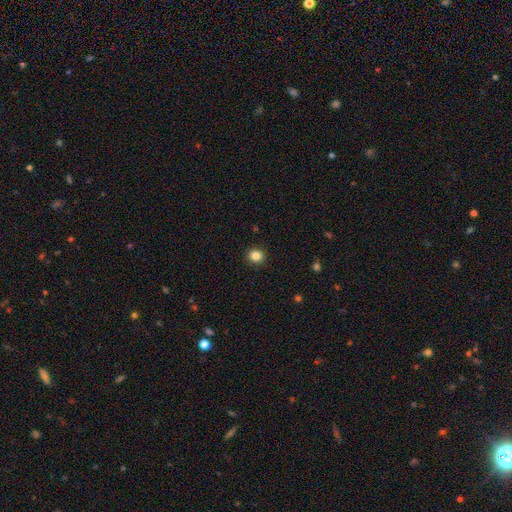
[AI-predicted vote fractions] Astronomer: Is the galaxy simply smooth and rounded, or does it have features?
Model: smooth — 85%.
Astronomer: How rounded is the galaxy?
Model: round — 85%.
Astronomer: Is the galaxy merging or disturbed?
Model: none — 92%.